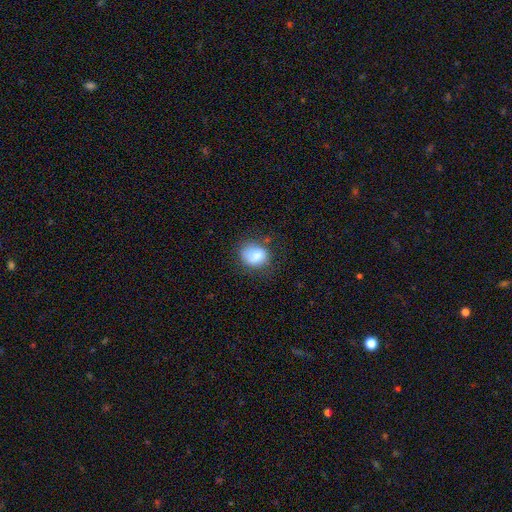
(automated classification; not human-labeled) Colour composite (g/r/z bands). It shows a smooth galaxy with no disk features (83%) that is round (58%). Merging: none (62%).